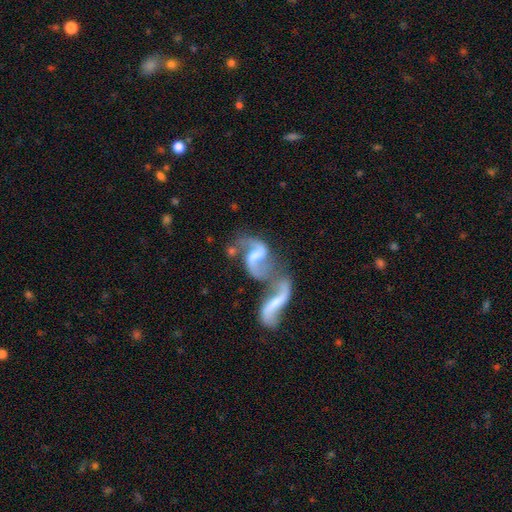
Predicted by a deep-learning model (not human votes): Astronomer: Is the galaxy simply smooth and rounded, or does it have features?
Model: featured or disk — 81%.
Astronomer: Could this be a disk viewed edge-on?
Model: no — 96%.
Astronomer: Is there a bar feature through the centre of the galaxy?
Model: weak — 47% (runner-up: strong, 27%).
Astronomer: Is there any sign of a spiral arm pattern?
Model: yes — 90%.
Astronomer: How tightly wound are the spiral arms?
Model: loose — 76%.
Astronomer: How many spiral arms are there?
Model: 2 — 87%.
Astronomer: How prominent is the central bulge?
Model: none — 38% (runner-up: small, 28%).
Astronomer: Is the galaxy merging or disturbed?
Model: merger — 62%.